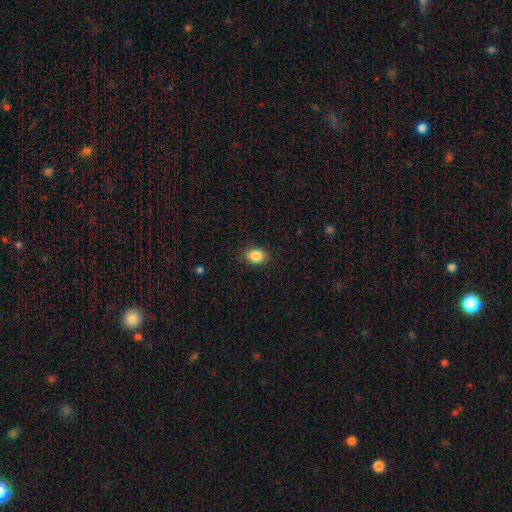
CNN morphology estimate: The model was most divided on "how rounded": in between: 74%, round: 25%, cigar-shaped: 1%. More confident: merging — none (88%); smooth or featured — smooth (86%).